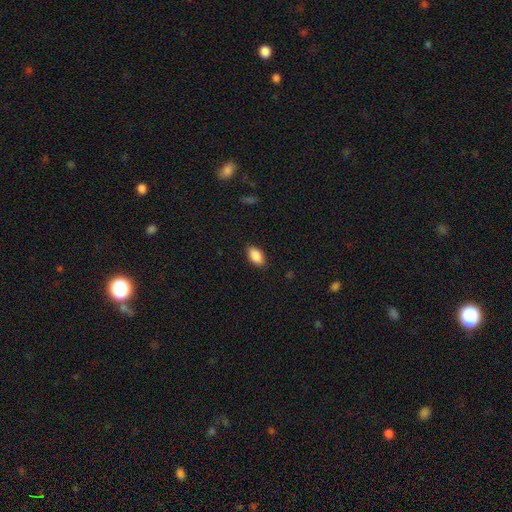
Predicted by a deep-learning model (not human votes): Morphology: type=smooth (88%); roundness=in between (93%); merging=none (87%).